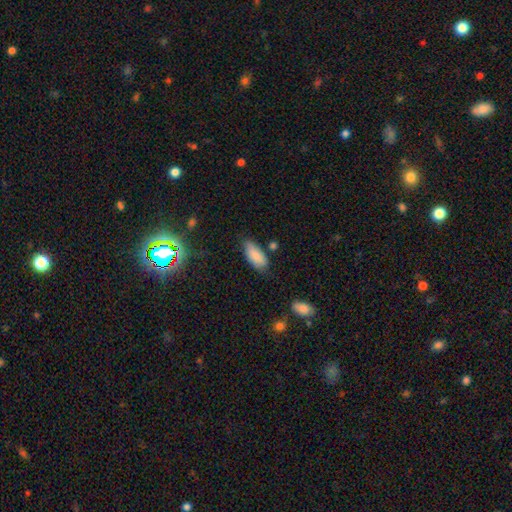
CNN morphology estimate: Smooth or featured? Predicted: smooth (p=0.86). How rounded? Predicted: in between (p=0.88). Merging? Predicted: none (p=0.70).